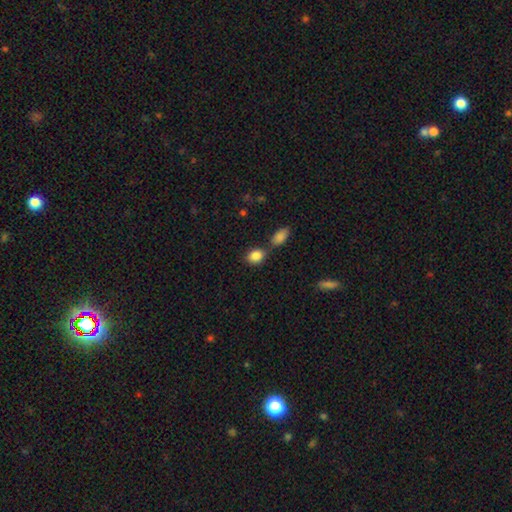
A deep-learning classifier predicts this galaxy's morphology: smooth-or-featured: smooth: 86% | star or artifact: 8% | featured or disk: 5%
  how-rounded: in between: 63% | round: 35% | cigar-shaped: 2%
  merging: none: 60% | merger: 23% | minor disturbance: 13% | major disturbance: 4%